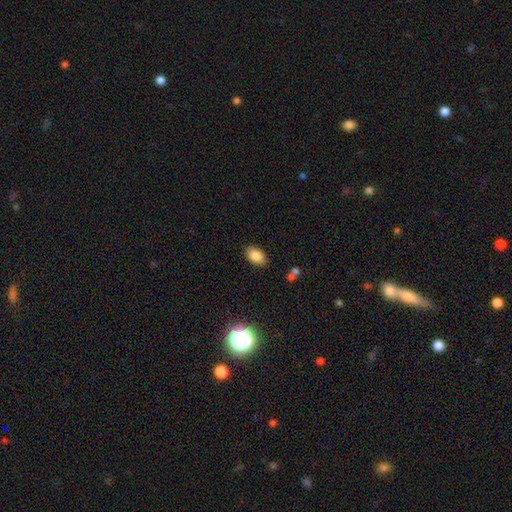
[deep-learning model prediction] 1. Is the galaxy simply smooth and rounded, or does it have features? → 86% smooth, 8% star or artifact, 6% featured or disk.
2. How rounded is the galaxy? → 92% in between, 6% round, 2% cigar-shaped.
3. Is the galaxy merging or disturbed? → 86% none, 9% minor disturbance, 2% major disturbance, 2% merger.